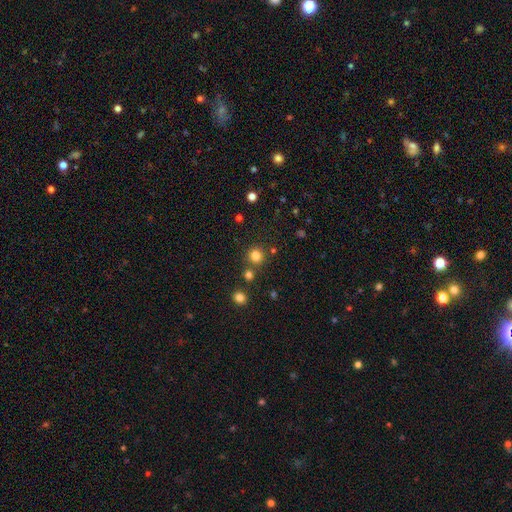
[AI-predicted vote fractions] Smooth or featured: smooth — 80% (star or artifact — 16%)
How rounded: round — 93% (in between — 6%)
Merging: none — 81% (merger — 10%)